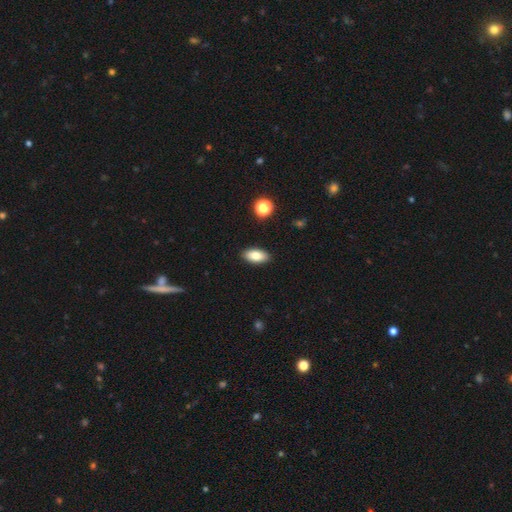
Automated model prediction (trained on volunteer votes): This is clearly a smooth galaxy (81%). How rounded: clearly in between (90%). Merging: clearly none (89%).